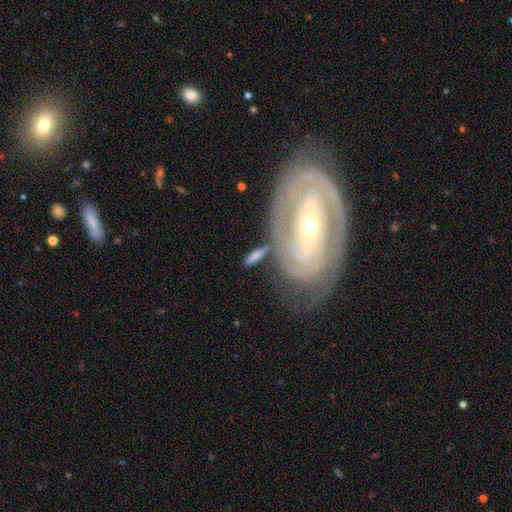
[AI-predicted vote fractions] This is likely a smooth galaxy (63%). How rounded: possibly in between (49%). Merging: likely none (62%).